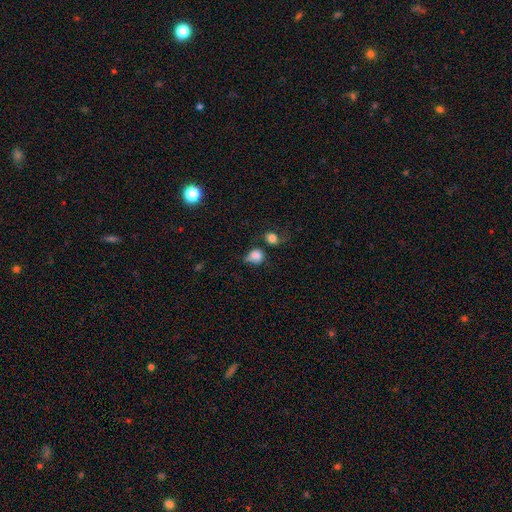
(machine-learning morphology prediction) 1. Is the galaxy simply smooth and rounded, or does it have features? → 78% smooth, 11% featured or disk, 11% star or artifact.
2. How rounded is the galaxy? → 67% round, 32% in between, 1% cigar-shaped.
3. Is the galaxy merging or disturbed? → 34% none, 24% minor disturbance, 22% merger, 20% major disturbance.